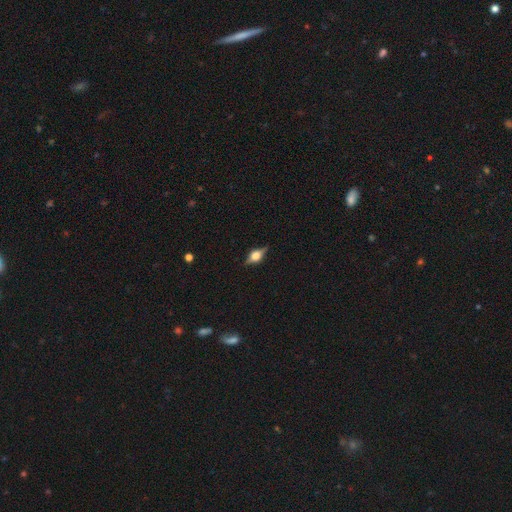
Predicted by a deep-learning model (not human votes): smooth_or_featured: featured or disk (p=0.71) [alt: smooth p=0.21]
disk_edge_on: yes (p=0.96) [alt: no p=0.04]
edge_on_bulge: rounded (p=0.91) [alt: boxy p=0.07]
merging: none (p=0.86) [alt: minor disturbance p=0.11]